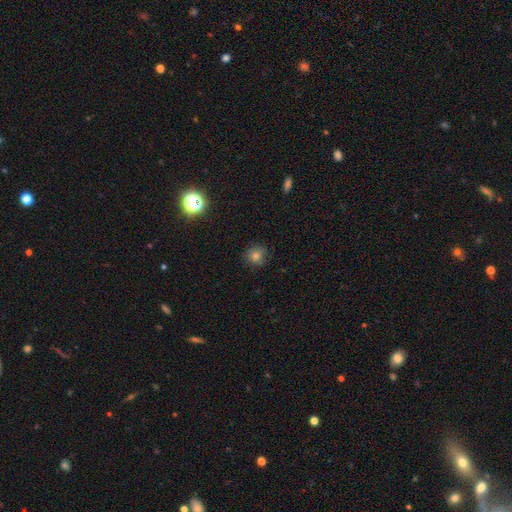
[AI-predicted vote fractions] smooth-or-featured: smooth: 74% | star or artifact: 16% | featured or disk: 10%
  how-rounded: round: 84% | in between: 15% | cigar-shaped: 1%
  merging: none: 81% | minor disturbance: 15% | major disturbance: 4% | merger: 1%